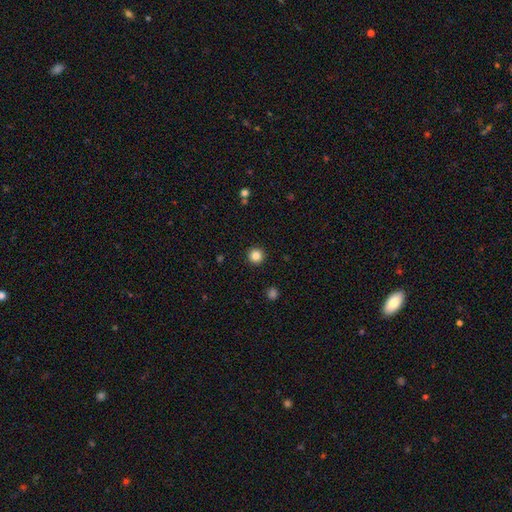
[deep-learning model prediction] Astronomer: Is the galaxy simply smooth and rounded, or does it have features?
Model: smooth — 85%.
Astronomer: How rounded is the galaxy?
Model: round — 96%.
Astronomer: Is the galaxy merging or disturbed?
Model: none — 93%.